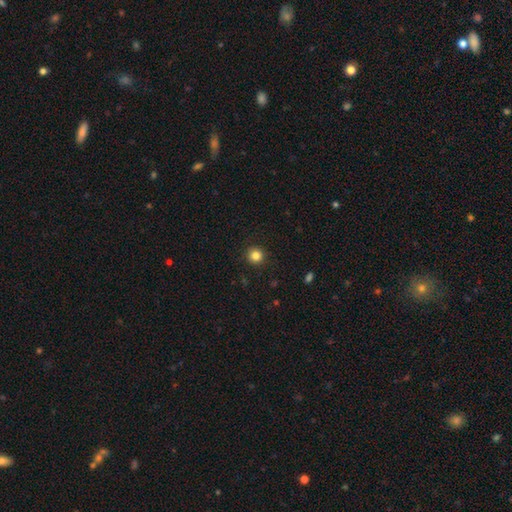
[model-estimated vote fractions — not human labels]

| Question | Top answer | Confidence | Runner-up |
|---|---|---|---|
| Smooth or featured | smooth | 83% | star or artifact (12%) |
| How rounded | round | 95% | in between (4%) |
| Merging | none | 92% | minor disturbance (5%) |